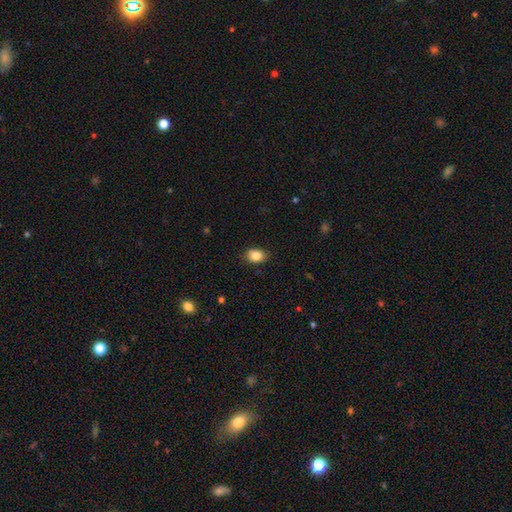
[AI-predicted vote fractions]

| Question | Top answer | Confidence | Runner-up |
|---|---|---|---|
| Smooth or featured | smooth | 85% | star or artifact (9%) |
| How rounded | in between | 69% | round (30%) |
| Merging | none | 84% | minor disturbance (13%) |